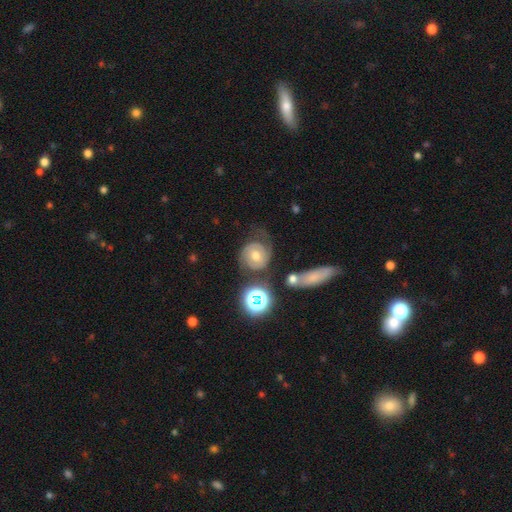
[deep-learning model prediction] smooth-or-featured: featured or disk: 68% | smooth: 20% | star or artifact: 12%
  disk-edge-on: no: 96% | yes: 4%
    bar: no: 69% | weak: 24% | strong: 6%
    has-spiral-arms: yes: 90% | no: 10%
      spiral-winding: tight: 57% | medium: 32% | loose: 10%
      spiral-arm-count: 2: 64% | can't tell: 16% | 1: 13% | 3: 4% | 4: 2% | more than 4: 2%
    bulge-size: moderate: 67% | small: 22% | large: 7% | none: 2% | dominant: 1%
  merging: none: 58% | minor disturbance: 21% | major disturbance: 14% | merger: 7%